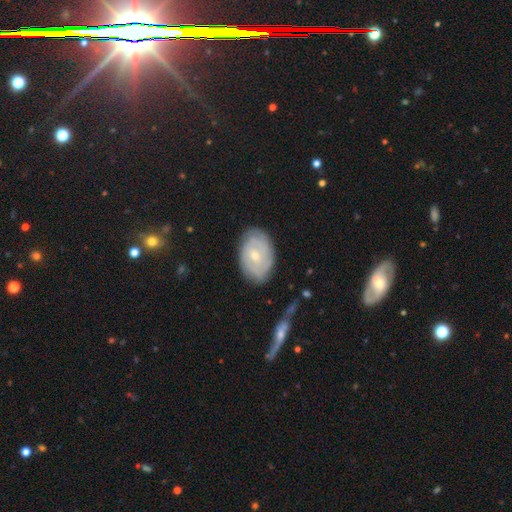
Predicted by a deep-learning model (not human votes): Smooth or featured? featured or disk (67%)
Edge-on disk? no (95%)
Bar? no (63%)
Spiral arms? yes (84%)
Spiral winding? tight (71%)
Spiral arm count? can't tell (46%)
Bulge size? small (60%)
Merging? none (79%)